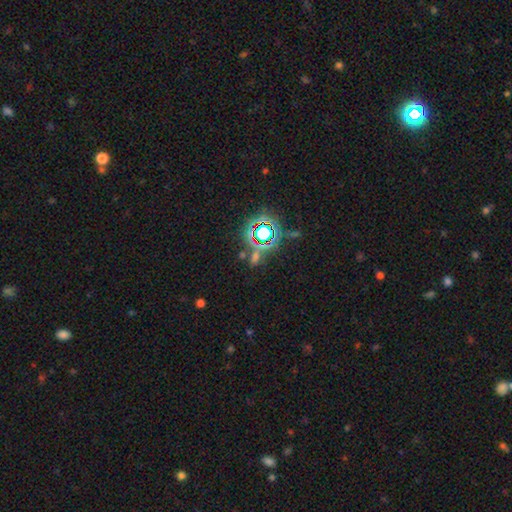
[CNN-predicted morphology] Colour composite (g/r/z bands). It shows a star or artifact, not a galaxy (64%).